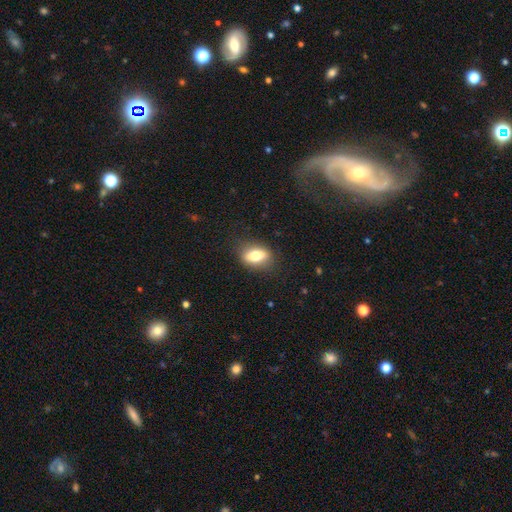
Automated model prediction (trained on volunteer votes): smooth 66%, featured or disk 26%, star or artifact 8%. Down the decision tree: how rounded — in between (76%); merging — none (82%).